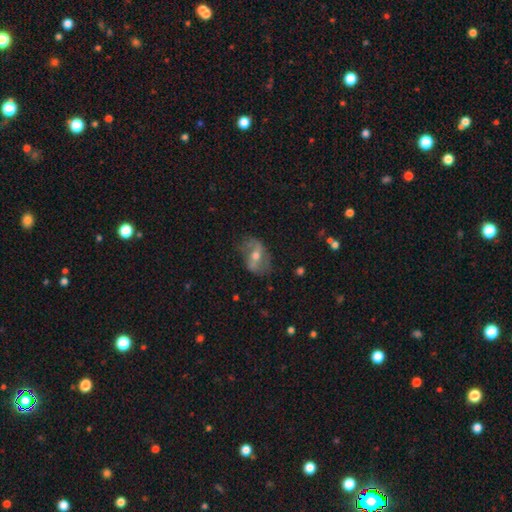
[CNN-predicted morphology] Smooth or featured? featured or disk (66%)
Edge-on disk? no (92%)
Bar? strong (40%)
Spiral arms? yes (70%)
Bulge size? moderate (67%)
Merging? none (65%)